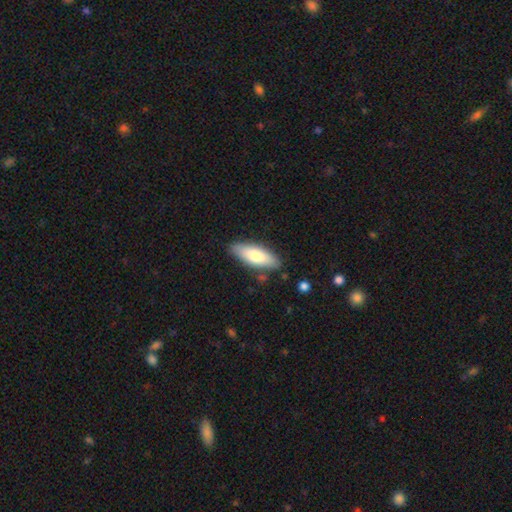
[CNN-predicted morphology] smooth 74%, featured or disk 21%, star or artifact 6%. Down the decision tree: how rounded — in between (67%); merging — none (82%).